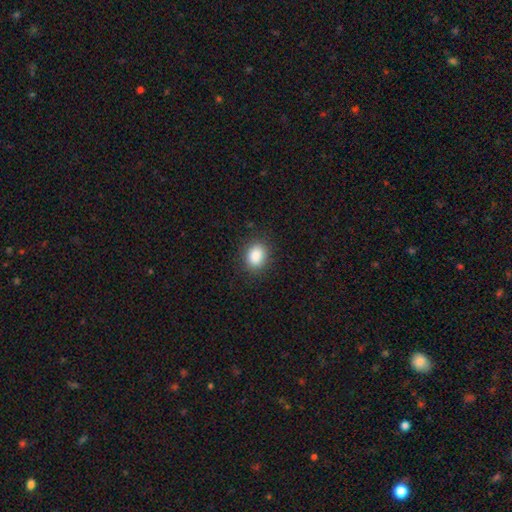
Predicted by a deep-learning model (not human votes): Smooth or featured?
  - smooth: 88% *
  - star or artifact: 9%
  - featured or disk: 3%
How rounded?
  - in between: 55% *
  - round: 44%
  - cigar-shaped: 1%
Merging?
  - none: 87% *
  - minor disturbance: 9%
  - major disturbance: 3%
  - merger: 1%